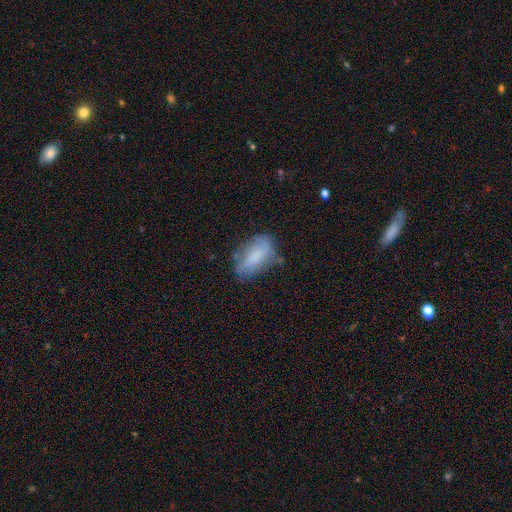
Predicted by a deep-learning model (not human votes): A smooth galaxy with no disk features (71%) that is in between round and cigar-shaped (88%). Merging: none (55%).